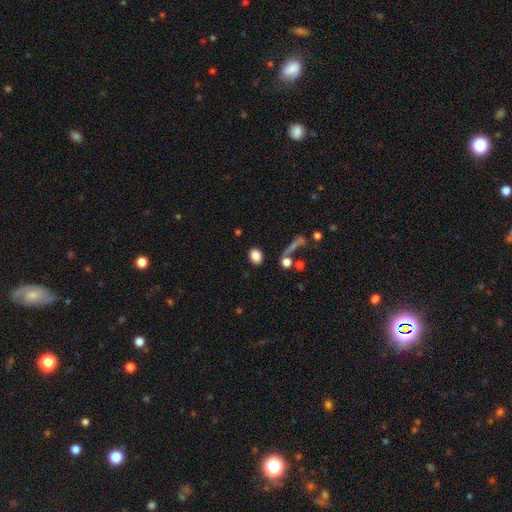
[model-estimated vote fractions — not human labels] Smooth or featured: smooth — 84% (star or artifact — 10%)
How rounded: in between — 54% (round — 44%)
Merging: none — 81% (minor disturbance — 8%)